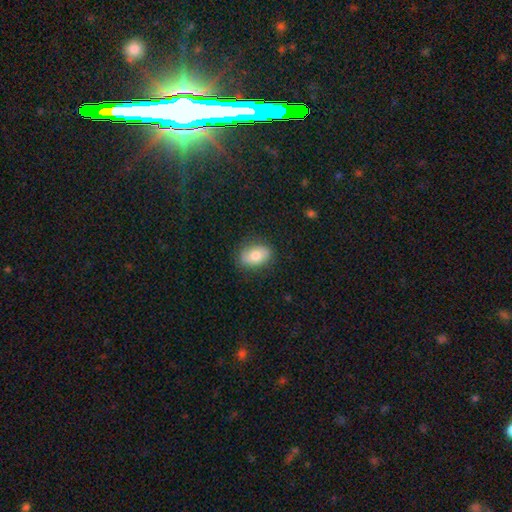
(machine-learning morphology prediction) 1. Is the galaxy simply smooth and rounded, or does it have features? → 74% smooth, 19% featured or disk, 7% star or artifact.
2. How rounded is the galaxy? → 82% in between, 17% round, 2% cigar-shaped.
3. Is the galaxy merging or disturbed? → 83% none, 13% minor disturbance, 3% major disturbance, 1% merger.